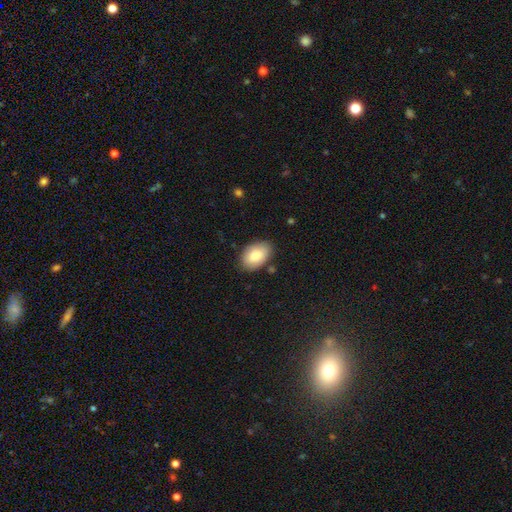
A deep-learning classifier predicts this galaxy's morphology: This is clearly a smooth galaxy (83%). How rounded: clearly in between (90%). Merging: clearly none (81%).